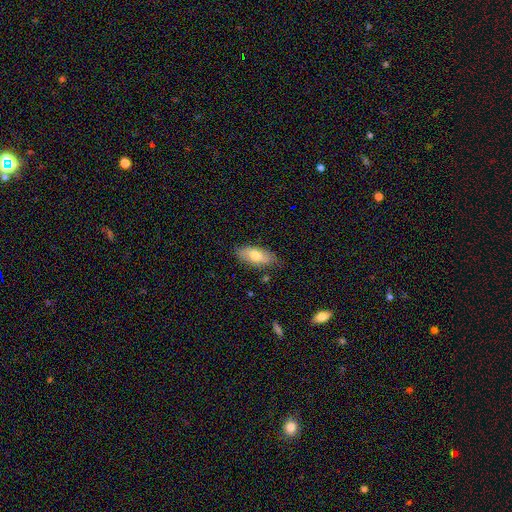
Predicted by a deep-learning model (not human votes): smooth 69%, featured or disk 24%, star or artifact 6%. Down the decision tree: how rounded — in between (86%); merging — none (80%).